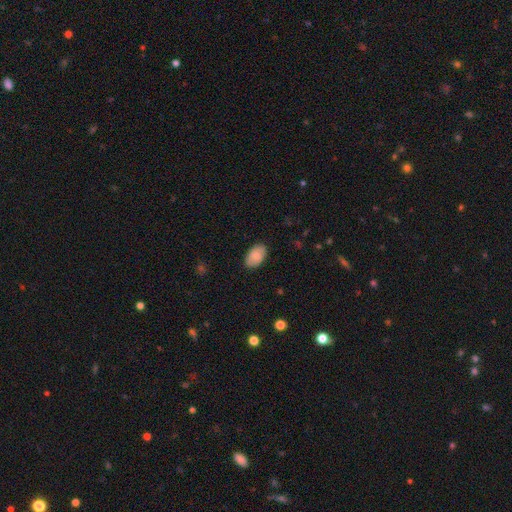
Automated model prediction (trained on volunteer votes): A smooth galaxy with no disk features (83%) that is in between round and cigar-shaped (93%).

Vote fractions:
- Smooth or featured? smooth: 83% / featured or disk: 11% / star or artifact: 6%
- How rounded? in between: 93% / round: 6% / cigar-shaped: 1%
- Merging? none: 85% / minor disturbance: 11% / major disturbance: 2% / merger: 1%